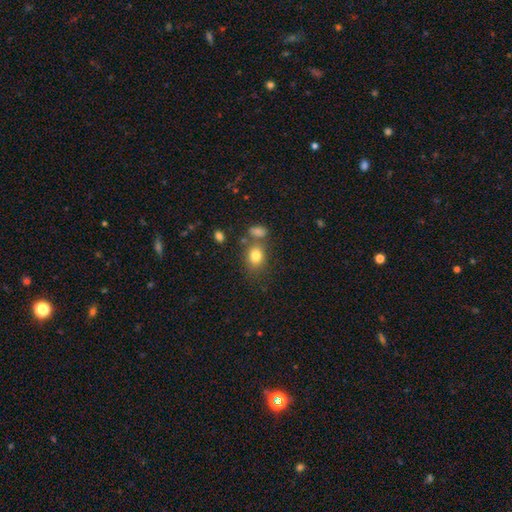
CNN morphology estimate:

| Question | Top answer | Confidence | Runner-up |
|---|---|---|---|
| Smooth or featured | smooth | 80% | star or artifact (11%) |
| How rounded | in between | 57% | round (42%) |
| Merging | none | 62% | merger (18%) |